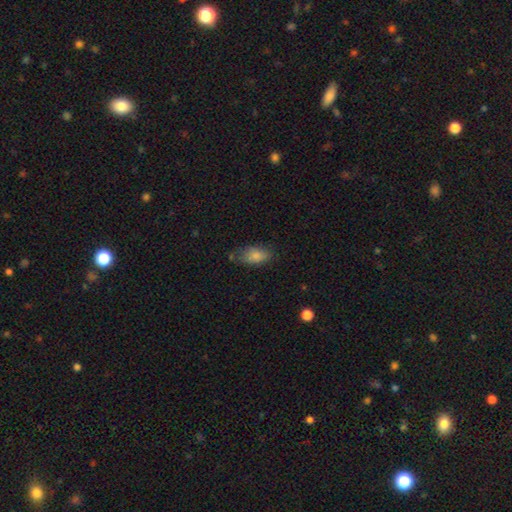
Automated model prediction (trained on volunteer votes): This appears to be a smooth galaxy with no disk features (83%) that is in between round and cigar-shaped (90%). Merging: none (62%).